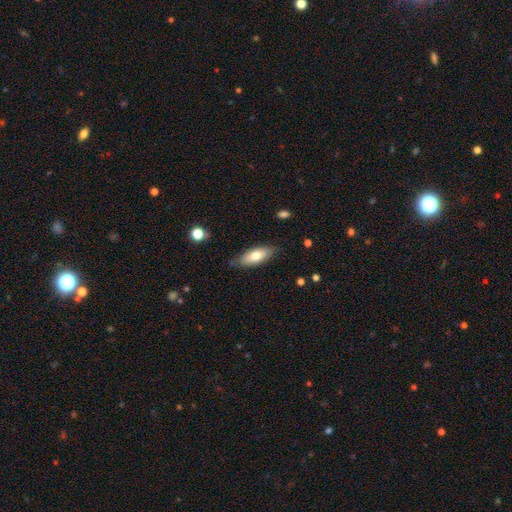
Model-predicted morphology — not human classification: smooth 73%, featured or disk 21%, star or artifact 6%. Down the decision tree: how rounded — in between (72%); merging — none (80%).